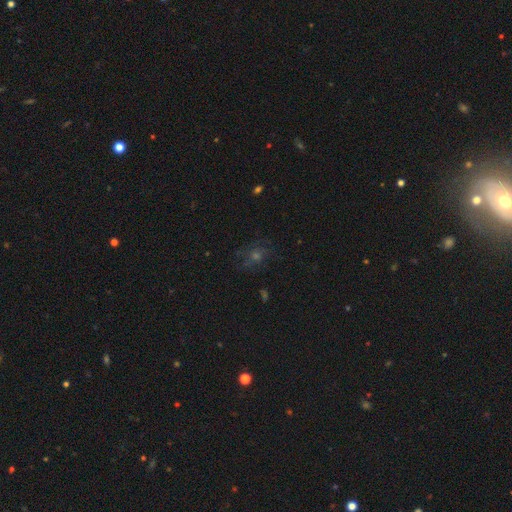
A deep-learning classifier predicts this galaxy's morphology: This appears to be a star or artifact, not a galaxy (40%).